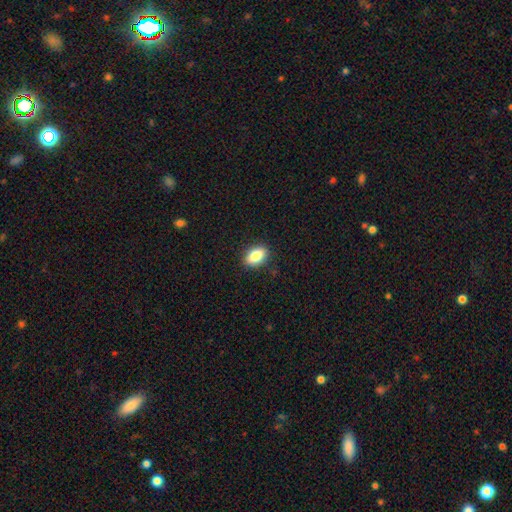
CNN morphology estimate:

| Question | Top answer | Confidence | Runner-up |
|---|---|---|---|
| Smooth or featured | smooth | 82% | featured or disk (10%) |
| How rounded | in between | 87% | round (9%) |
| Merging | none | 88% | minor disturbance (9%) |